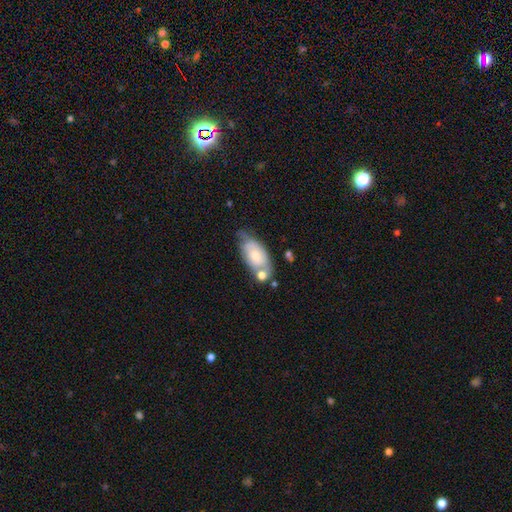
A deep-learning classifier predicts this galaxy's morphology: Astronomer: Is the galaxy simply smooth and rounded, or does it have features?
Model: smooth — 62%.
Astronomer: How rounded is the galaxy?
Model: in between — 91%.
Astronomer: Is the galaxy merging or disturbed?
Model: none — 41% (runner-up: minor disturbance, 28%).